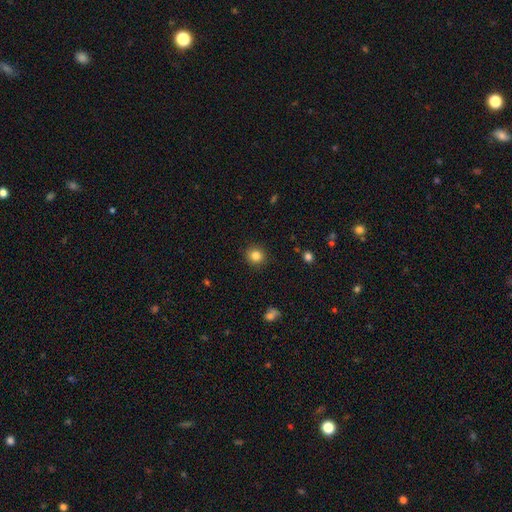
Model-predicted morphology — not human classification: Smooth or featured?
  - smooth: 84% *
  - star or artifact: 11%
  - featured or disk: 5%
How rounded?
  - round: 90% *
  - in between: 9%
  - cigar-shaped: 1%
Merging?
  - none: 91% *
  - minor disturbance: 6%
  - major disturbance: 2%
  - merger: 1%